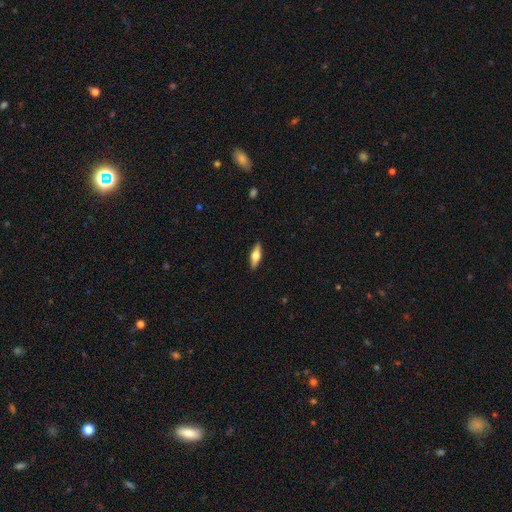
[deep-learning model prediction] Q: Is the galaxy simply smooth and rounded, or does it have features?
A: featured or disk — 48%.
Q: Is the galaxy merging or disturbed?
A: none — 89%.